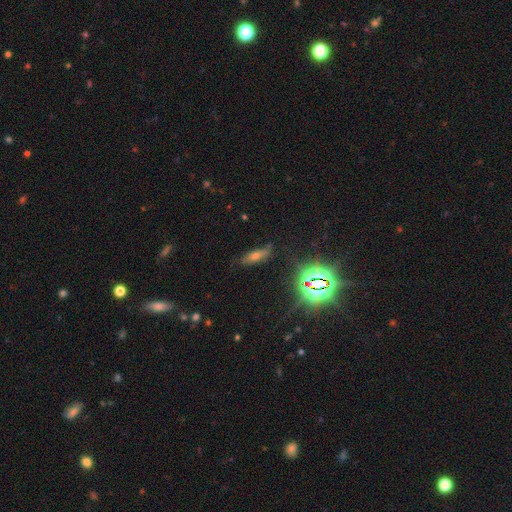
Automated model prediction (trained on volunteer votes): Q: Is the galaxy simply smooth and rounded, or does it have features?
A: star or artifact — 40%.